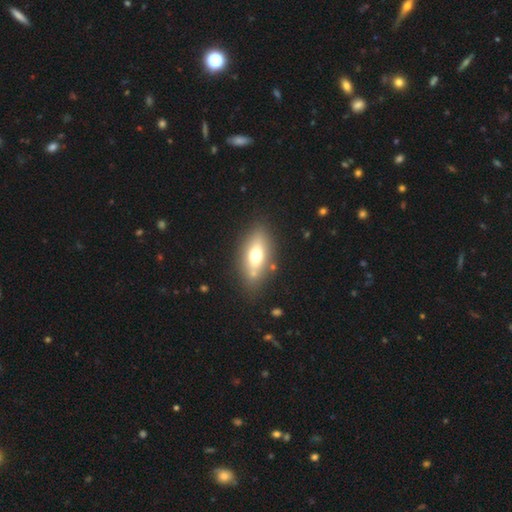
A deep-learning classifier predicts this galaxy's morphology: Smooth or featured? Predicted: smooth (p=0.62). How rounded? Predicted: in between (p=0.77). Merging? Predicted: none (p=0.79).